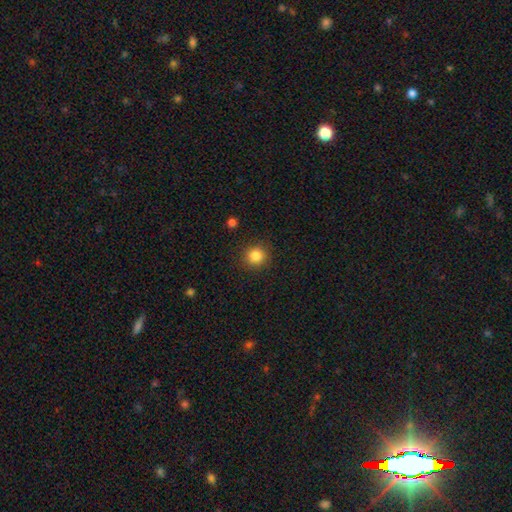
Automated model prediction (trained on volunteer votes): Smooth or featured? smooth (85%)
How rounded? round (92%)
Merging? none (89%)